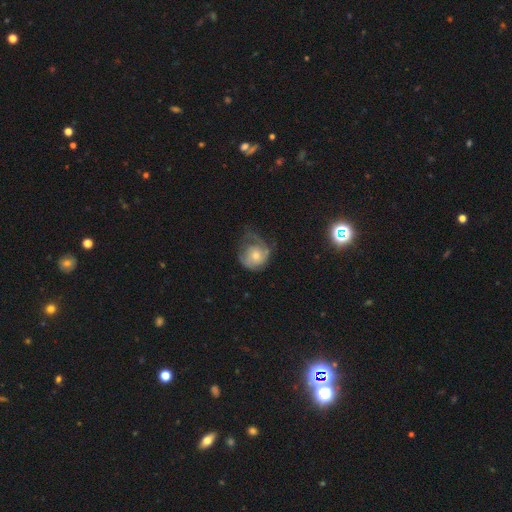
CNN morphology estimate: featured or disk 56%, smooth 37%, star or artifact 7%. Down the decision tree: edge-on disk — no (97%); bar — no (79%); spiral arms — yes (78%); bulge size — moderate (47%); merging — none (37%).